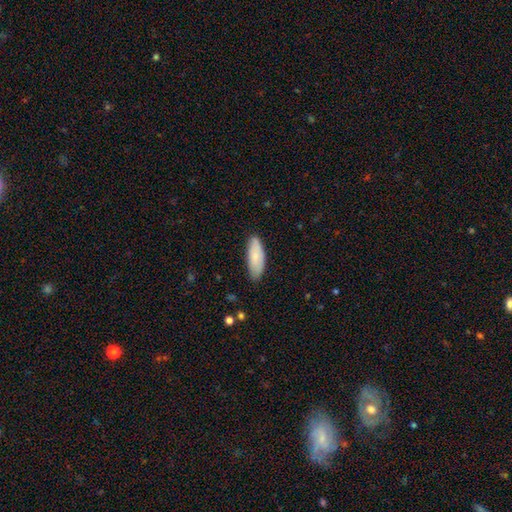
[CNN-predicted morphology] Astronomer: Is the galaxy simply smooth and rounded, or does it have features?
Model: smooth — 78%.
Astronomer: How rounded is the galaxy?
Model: in between — 74%.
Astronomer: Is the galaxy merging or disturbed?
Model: none — 80%.